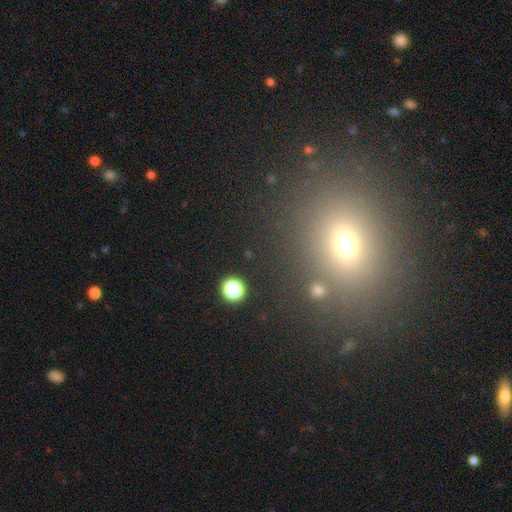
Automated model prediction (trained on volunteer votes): A smooth galaxy with no disk features (55%) that is round (57%). Merging: none (87%).